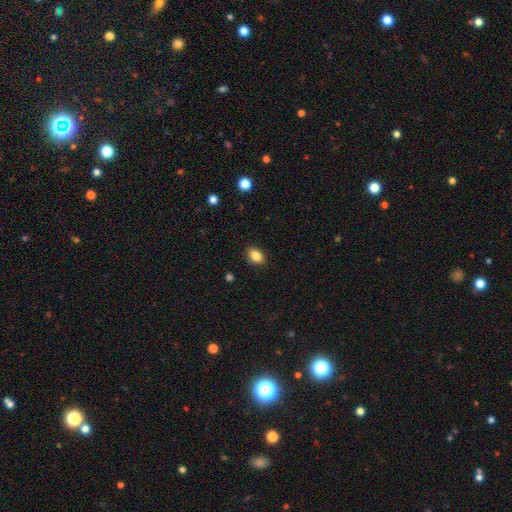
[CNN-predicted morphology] This appears to be a smooth galaxy with no disk features (85%) that is in between round and cigar-shaped (81%). Merging: none (89%).